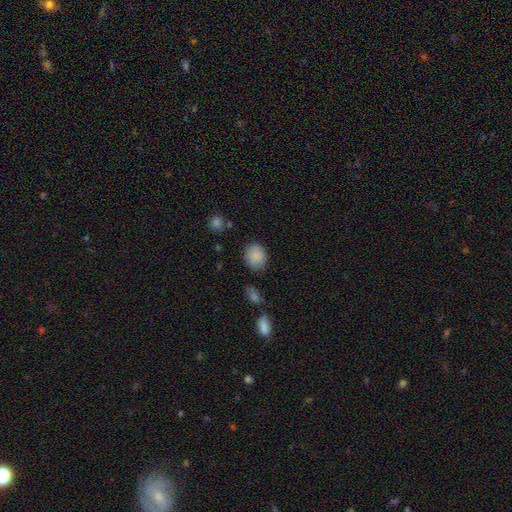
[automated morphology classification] Smooth or featured: smooth — 87% (star or artifact — 8%)
How rounded: round — 58% (in between — 41%)
Merging: none — 80% (minor disturbance — 13%)